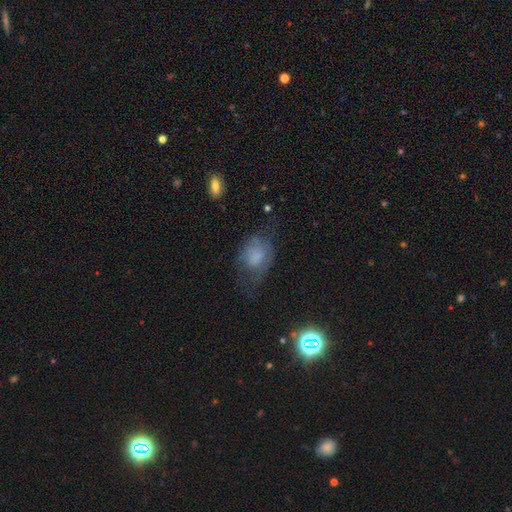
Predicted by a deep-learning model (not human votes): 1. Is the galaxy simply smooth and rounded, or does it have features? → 55% smooth, 31% featured or disk, 13% star or artifact.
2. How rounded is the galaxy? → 70% in between, 28% round, 2% cigar-shaped.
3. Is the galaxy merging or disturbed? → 41% none, 29% major disturbance, 27% minor disturbance, 3% merger.